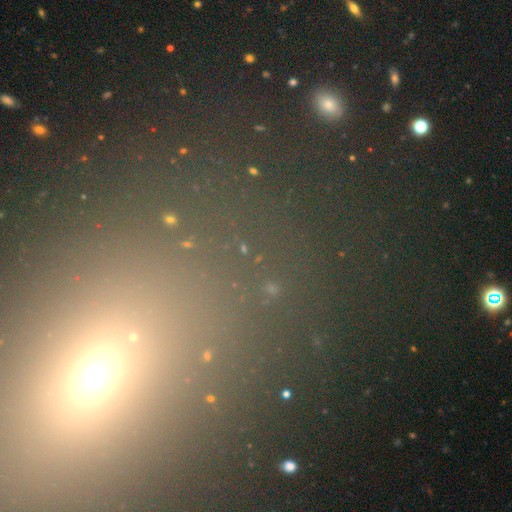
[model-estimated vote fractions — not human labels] This is possibly a star or artifact rather than a galaxy (54%).